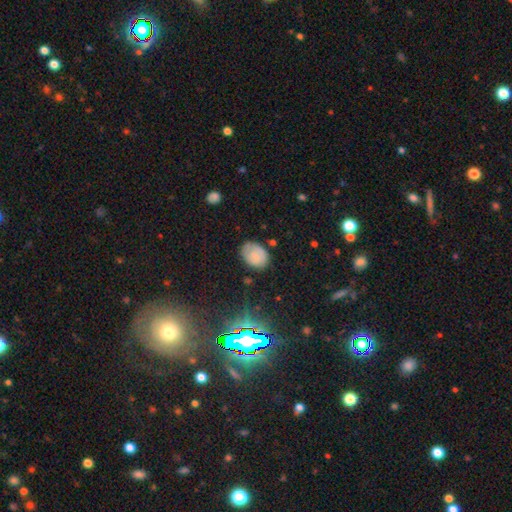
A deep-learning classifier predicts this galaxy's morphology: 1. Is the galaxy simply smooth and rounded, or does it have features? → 64% smooth, 24% featured or disk, 12% star or artifact.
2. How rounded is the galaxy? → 69% in between, 30% round, 1% cigar-shaped.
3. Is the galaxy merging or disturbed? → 72% none, 21% minor disturbance, 5% major disturbance, 2% merger.